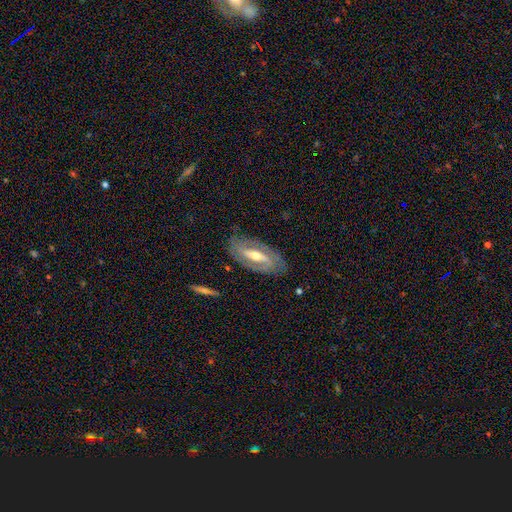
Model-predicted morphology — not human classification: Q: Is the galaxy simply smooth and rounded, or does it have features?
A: featured or disk — 80%.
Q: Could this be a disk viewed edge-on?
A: no — 88%.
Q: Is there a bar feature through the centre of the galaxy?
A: strong — 48%.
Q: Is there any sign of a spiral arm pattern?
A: yes — 85%.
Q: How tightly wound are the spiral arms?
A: tight — 42%.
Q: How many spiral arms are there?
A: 2 — 81%.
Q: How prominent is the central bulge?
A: moderate — 66%.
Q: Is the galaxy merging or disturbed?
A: none — 82%.